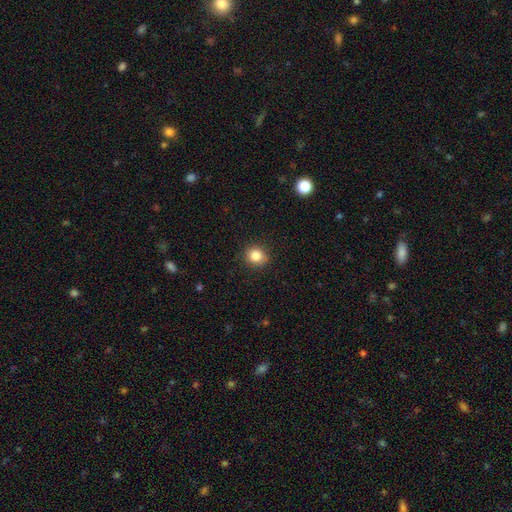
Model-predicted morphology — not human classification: Q: Smooth or featured?
A: smooth (85%); runner-up: star or artifact (10%)
Q: How rounded?
A: round (86%); runner-up: in between (13%)
Q: Merging?
A: none (89%); runner-up: minor disturbance (8%)